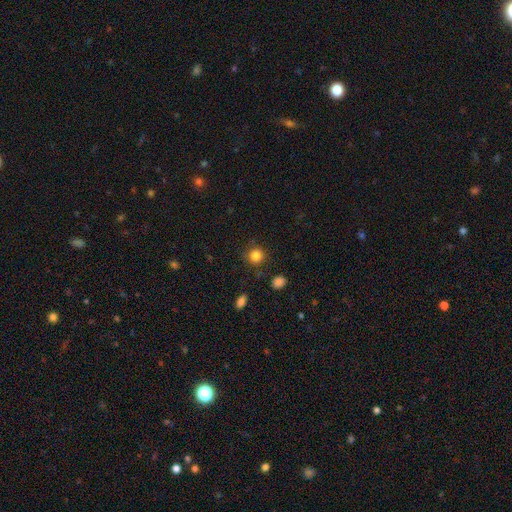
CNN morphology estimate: A smooth galaxy with no disk features (84%) that is round (92%).

Vote fractions:
- Smooth or featured? smooth: 84% / star or artifact: 12% / featured or disk: 5%
- How rounded? round: 92% / in between: 7% / cigar-shaped: 1%
- Merging? none: 86% / minor disturbance: 9% / major disturbance: 3% / merger: 3%